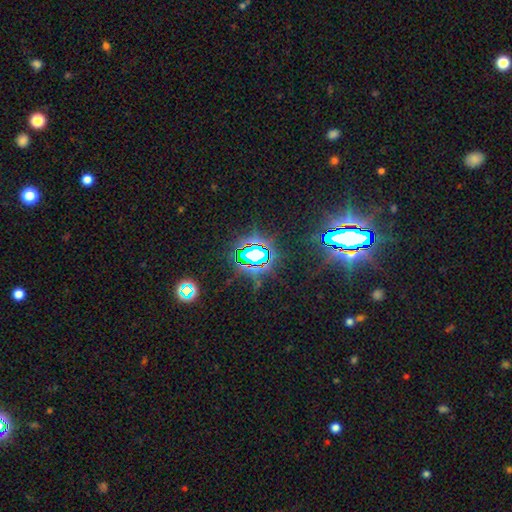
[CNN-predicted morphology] Smooth or featured: star or artifact — 78% (smooth — 12%)